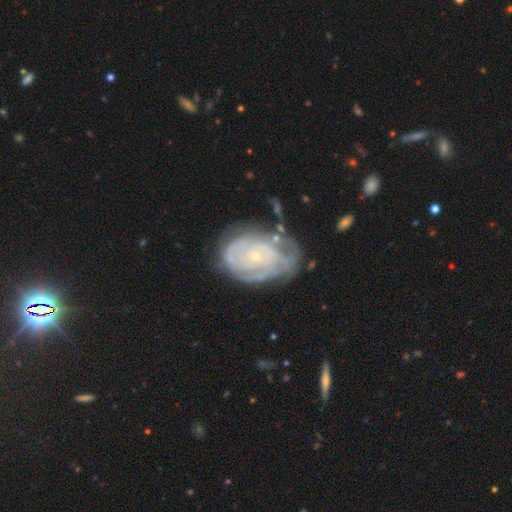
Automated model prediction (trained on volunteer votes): Smooth or featured: featured or disk — 77% (smooth — 17%)
Edge-on disk: no — 97% (yes — 3%)
Bar: no — 81% (weak — 15%)
Spiral arms: yes — 81% (no — 19%)
Spiral winding: tight — 74% (medium — 19%)
Spiral arm count: can't tell — 54% (2 — 16%)
Bulge size: small — 82% (moderate — 13%)
Merging: none — 56% (minor disturbance — 27%)